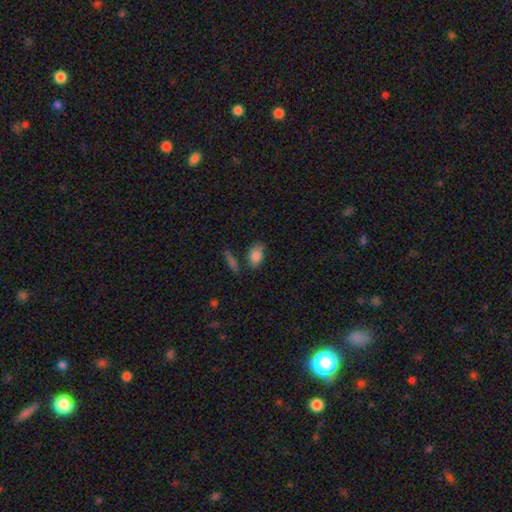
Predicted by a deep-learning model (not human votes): smooth-or-featured: smooth: 84% | star or artifact: 9% | featured or disk: 8%
  how-rounded: in between: 88% | round: 9% | cigar-shaped: 3%
  merging: none: 64% | minor disturbance: 21% | merger: 9% | major disturbance: 6%